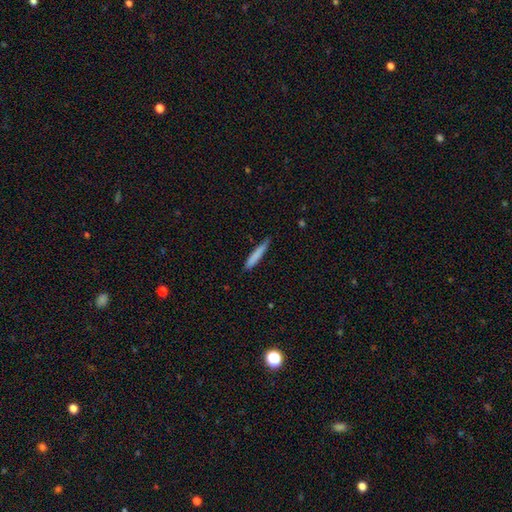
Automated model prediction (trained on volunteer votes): Smooth or featured? Predicted: smooth (p=0.80). How rounded? Predicted: cigar-shaped (p=0.93). Merging? Predicted: none (p=0.77).